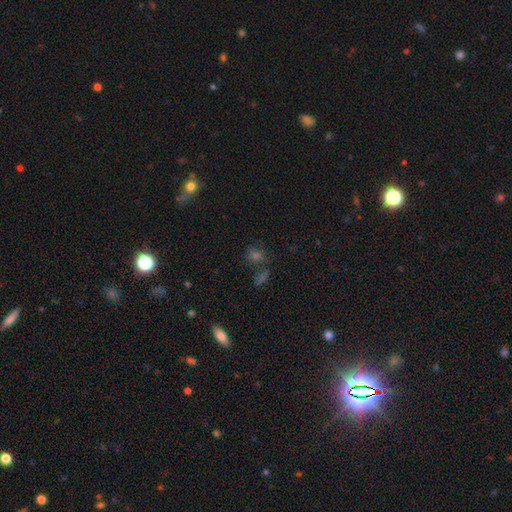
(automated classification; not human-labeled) A smooth galaxy with no disk features (49%). Merging: none (63%).